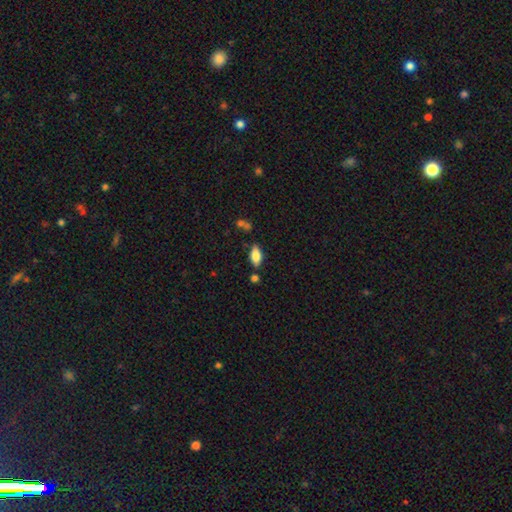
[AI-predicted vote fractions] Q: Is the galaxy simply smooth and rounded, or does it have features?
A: smooth — 82%.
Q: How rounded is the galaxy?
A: in between — 89%.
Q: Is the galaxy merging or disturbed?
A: none — 76%.